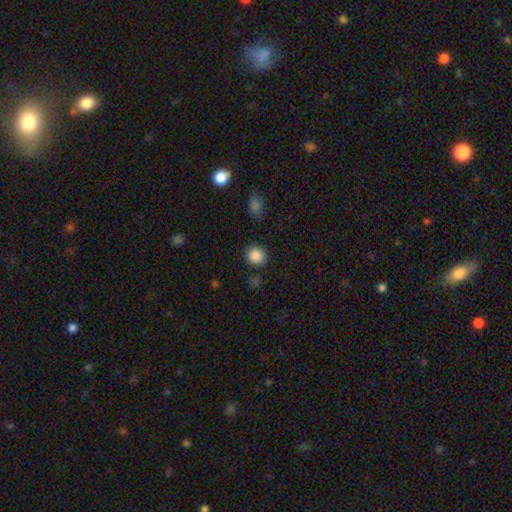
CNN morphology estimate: Q: Smooth or featured?
A: smooth (87%); runner-up: star or artifact (9%)
Q: How rounded?
A: round (86%); runner-up: in between (14%)
Q: Merging?
A: none (87%); runner-up: minor disturbance (8%)